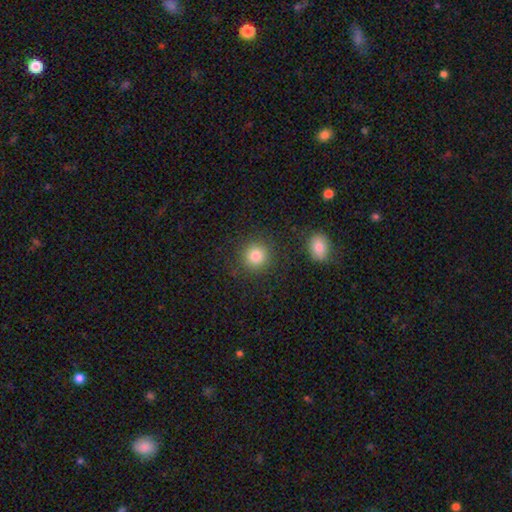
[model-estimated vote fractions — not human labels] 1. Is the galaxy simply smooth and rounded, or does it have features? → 83% smooth, 11% star or artifact, 6% featured or disk.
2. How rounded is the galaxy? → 92% round, 7% in between, 1% cigar-shaped.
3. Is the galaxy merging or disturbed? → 87% none, 7% minor disturbance, 3% major disturbance, 3% merger.